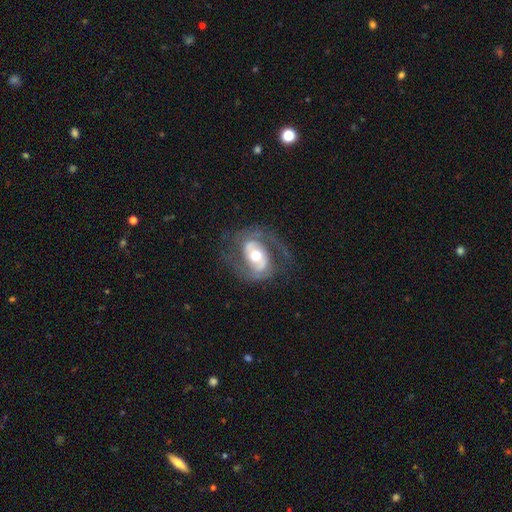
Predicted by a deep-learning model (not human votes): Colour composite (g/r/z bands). It shows a featured or disk galaxy (82%) with no bar (45%), 2 (85%) medium (49%) spiral arms (88%) and a moderate central bulge (70%). Merging: none (68%).